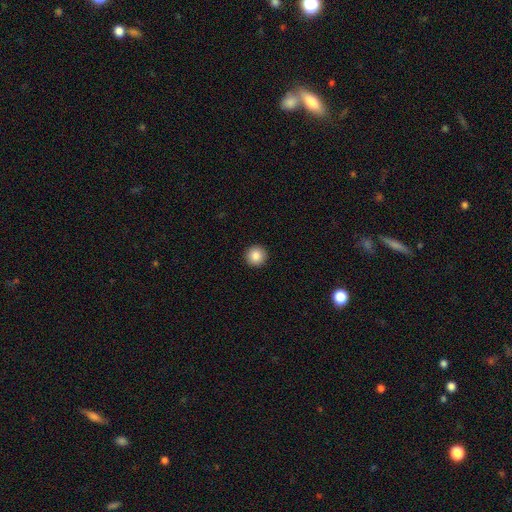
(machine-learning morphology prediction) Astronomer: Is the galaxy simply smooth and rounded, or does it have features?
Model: smooth — 87%.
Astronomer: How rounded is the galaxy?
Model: round — 95%.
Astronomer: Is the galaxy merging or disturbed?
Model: none — 93%.